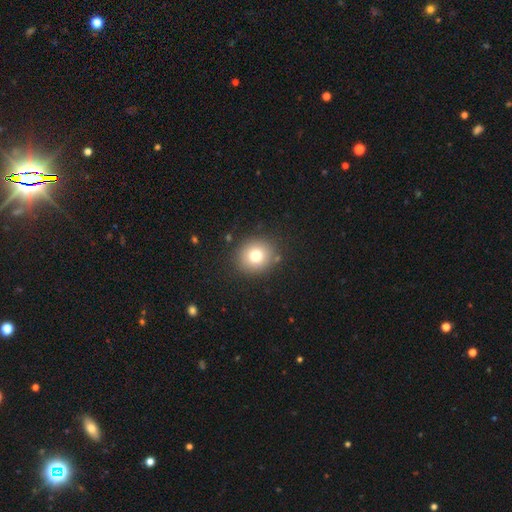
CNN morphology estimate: Smooth or featured?
  - smooth: 76% *
  - star or artifact: 13%
  - featured or disk: 12%
How rounded?
  - round: 84% *
  - in between: 15%
  - cigar-shaped: 1%
Merging?
  - none: 87% *
  - minor disturbance: 8%
  - major disturbance: 3%
  - merger: 2%